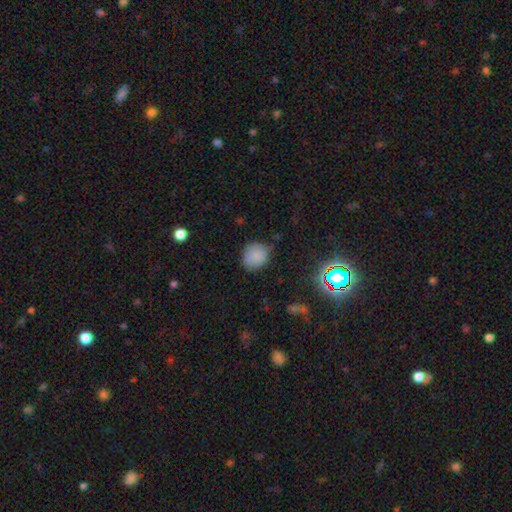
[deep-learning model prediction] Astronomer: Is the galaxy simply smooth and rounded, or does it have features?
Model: smooth — 81%.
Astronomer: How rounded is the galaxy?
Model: round — 77%.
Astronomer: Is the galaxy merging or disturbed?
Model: none — 75%.